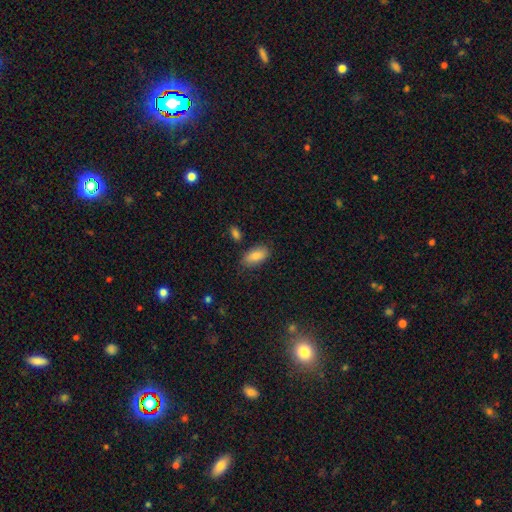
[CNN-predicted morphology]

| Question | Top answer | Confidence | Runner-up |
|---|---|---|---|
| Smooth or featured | smooth | 83% | featured or disk (10%) |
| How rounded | in between | 92% | cigar-shaped (4%) |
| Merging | none | 80% | minor disturbance (13%) |